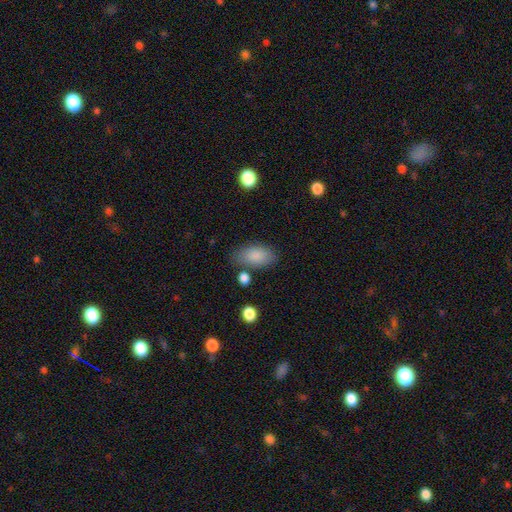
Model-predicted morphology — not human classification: Smooth or featured?
  - smooth: 87% *
  - star or artifact: 7%
  - featured or disk: 7%
How rounded?
  - in between: 92% *
  - cigar-shaped: 4%
  - round: 4%
Merging?
  - none: 74% *
  - minor disturbance: 16%
  - merger: 6%
  - major disturbance: 5%